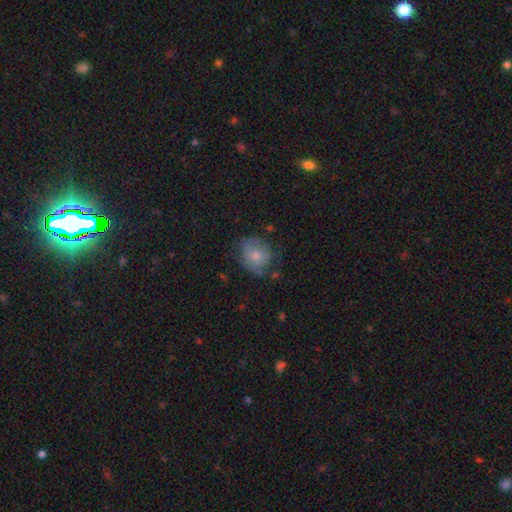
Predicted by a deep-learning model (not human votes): Smooth or featured? smooth (68%)
How rounded? round (71%)
Merging? none (56%)